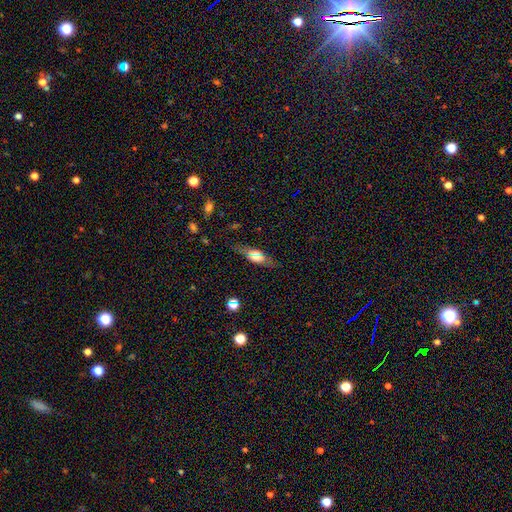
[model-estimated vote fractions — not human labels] Overall: smooth (50%; featured or disk 43%). Merging: none (78%).